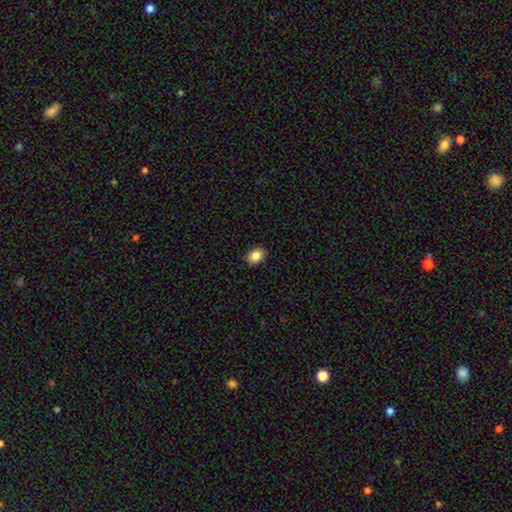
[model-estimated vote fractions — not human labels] A smooth galaxy with no disk features (86%) that is in between round and cigar-shaped (70%). Merging: none (90%).